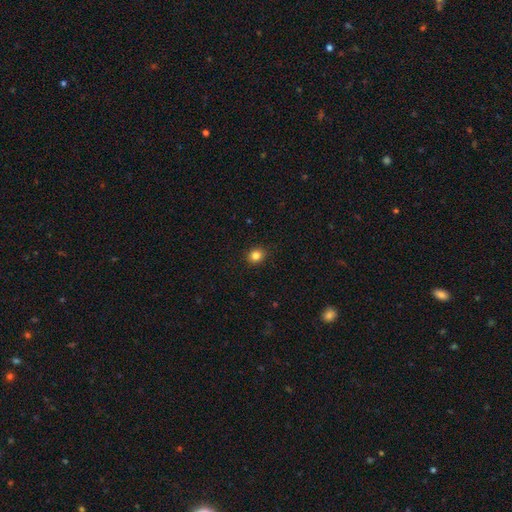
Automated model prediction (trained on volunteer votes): smooth-or-featured: smooth: 84% | star or artifact: 12% | featured or disk: 4%
  how-rounded: round: 80% | in between: 19% | cigar-shaped: 1%
  merging: none: 90% | minor disturbance: 7% | major disturbance: 2% | merger: 1%